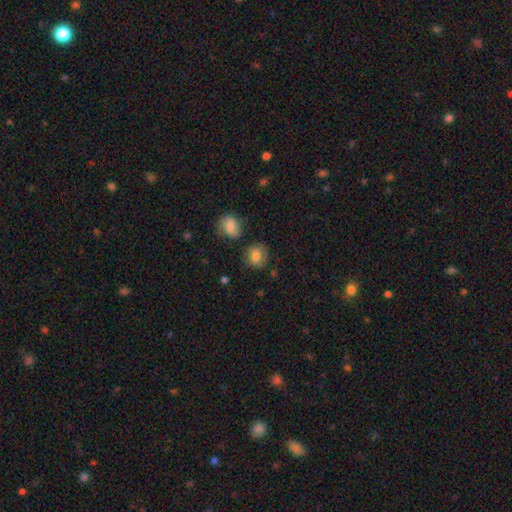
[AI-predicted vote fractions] Overall: smooth (81%). How rounded: round (76%). Merging: none (74%).